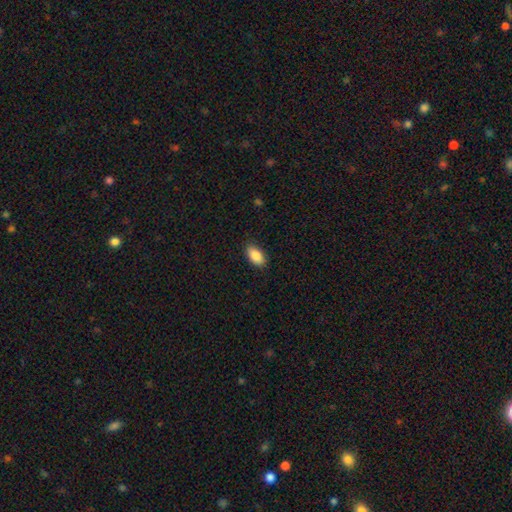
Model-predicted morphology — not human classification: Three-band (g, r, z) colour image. It shows a smooth galaxy with no disk features (88%) that is in between round and cigar-shaped (94%). Merging: none (88%).